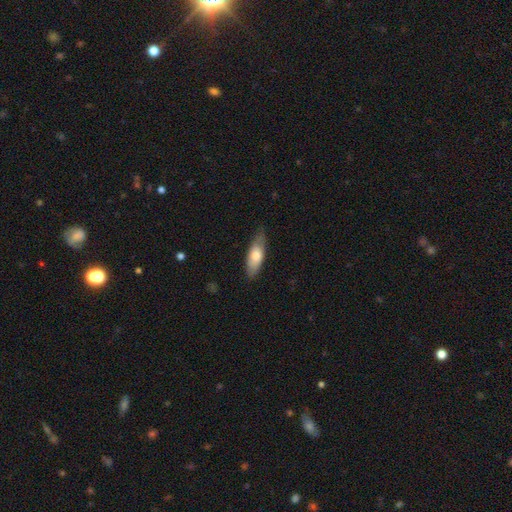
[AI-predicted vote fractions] Overall: smooth (70%). How rounded: in between (67%; cigar-shaped 31%). Merging: none (77%).